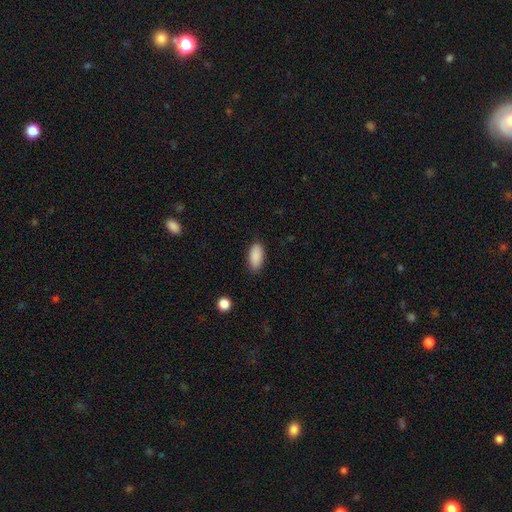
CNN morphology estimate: smooth-or-featured: smooth: 90% | star or artifact: 7% | featured or disk: 4%
  how-rounded: in between: 92% | cigar-shaped: 5% | round: 2%
  merging: none: 86% | minor disturbance: 11% | major disturbance: 2% | merger: 1%